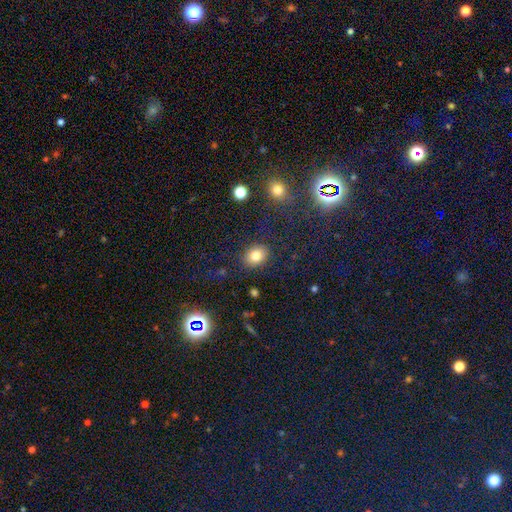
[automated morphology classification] Smooth or featured: smooth — 80% (star or artifact — 11%)
How rounded: in between — 56% (round — 43%)
Merging: none — 86% (minor disturbance — 9%)